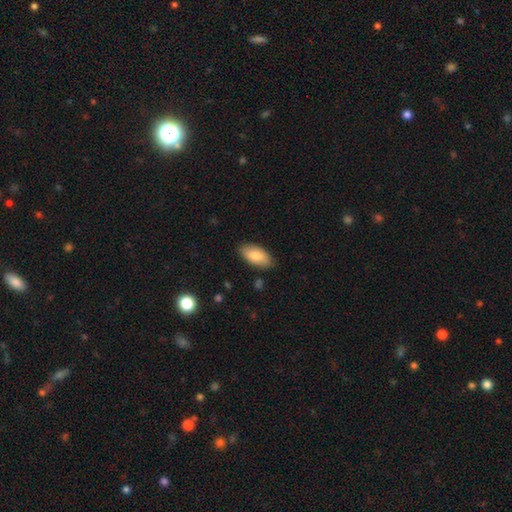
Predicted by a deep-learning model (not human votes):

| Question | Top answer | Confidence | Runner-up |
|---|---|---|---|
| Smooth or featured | smooth | 83% | featured or disk (11%) |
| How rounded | in between | 92% | cigar-shaped (6%) |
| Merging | none | 85% | minor disturbance (11%) |